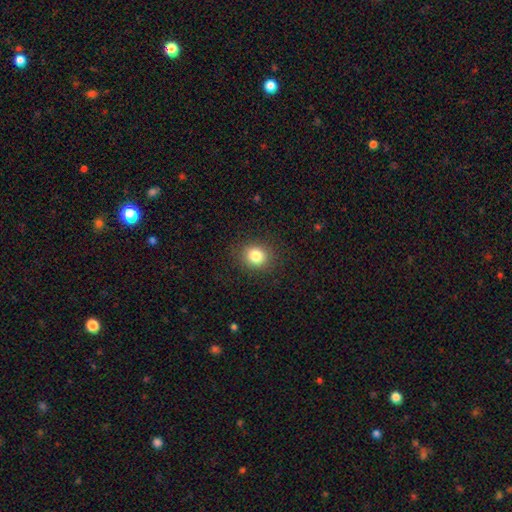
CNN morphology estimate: Smooth or featured?
  - smooth: 83% *
  - star or artifact: 11%
  - featured or disk: 7%
How rounded?
  - round: 76% *
  - in between: 24%
  - cigar-shaped: 1%
Merging?
  - none: 88% *
  - minor disturbance: 8%
  - major disturbance: 3%
  - merger: 1%